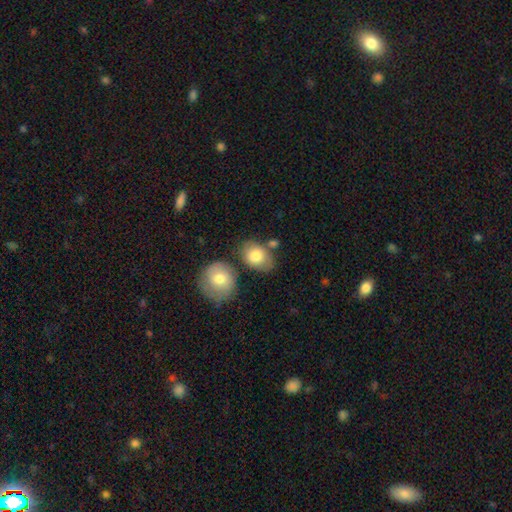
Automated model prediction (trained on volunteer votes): smooth 80%, featured or disk 14%, star or artifact 7%. Down the decision tree: how rounded — in between (69%); merging — none (59%).